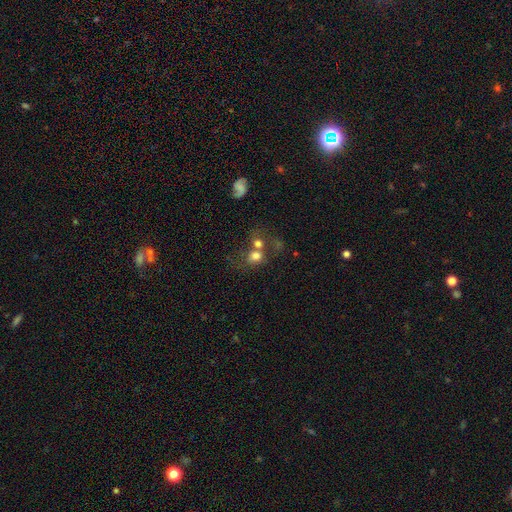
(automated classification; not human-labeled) Smooth or featured?
  - smooth: 68% *
  - featured or disk: 19%
  - star or artifact: 13%
How rounded?
  - round: 64% *
  - in between: 35%
  - cigar-shaped: 1%
Merging?
  - merger: 51% *
  - none: 30%
  - minor disturbance: 10%
  - major disturbance: 10%